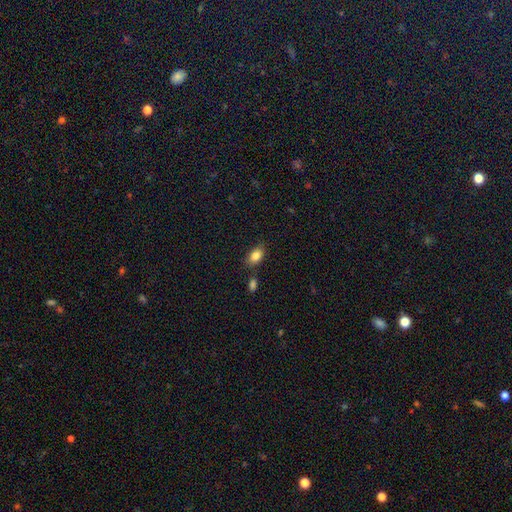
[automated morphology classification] This is clearly a smooth galaxy (85%). How rounded: clearly in between (88%). Merging: likely none (78%).